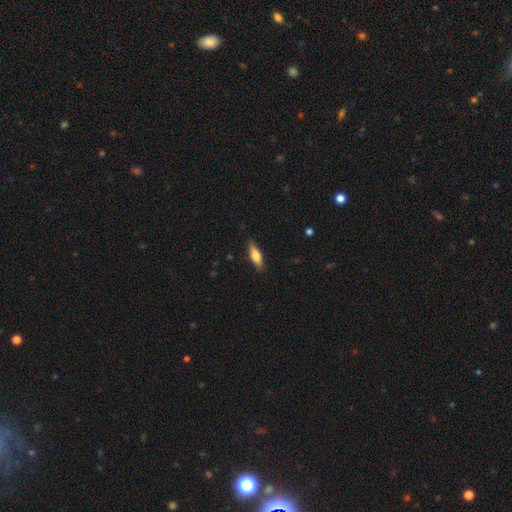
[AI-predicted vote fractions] This is likely a smooth galaxy (68%). How rounded: possibly in between (54%). Merging: clearly none (86%).